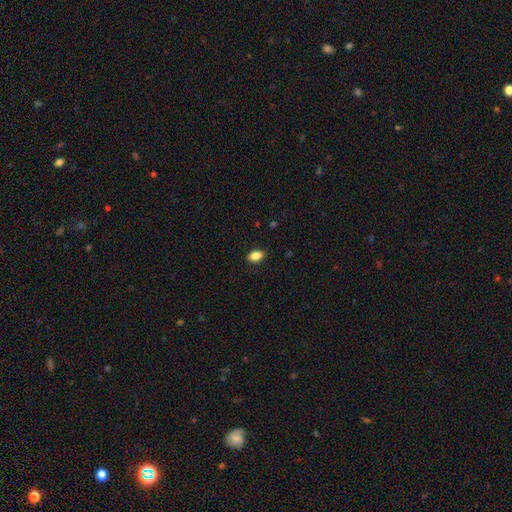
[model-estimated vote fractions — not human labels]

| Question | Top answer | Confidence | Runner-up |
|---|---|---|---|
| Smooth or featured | smooth | 86% | star or artifact (9%) |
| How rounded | in between | 87% | round (11%) |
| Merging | none | 88% | minor disturbance (9%) |